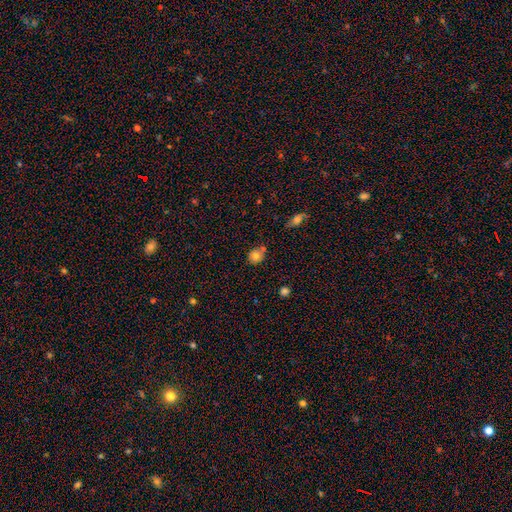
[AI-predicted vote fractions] Smooth or featured? smooth (79%)
How rounded? round (77%)
Merging? none (64%)